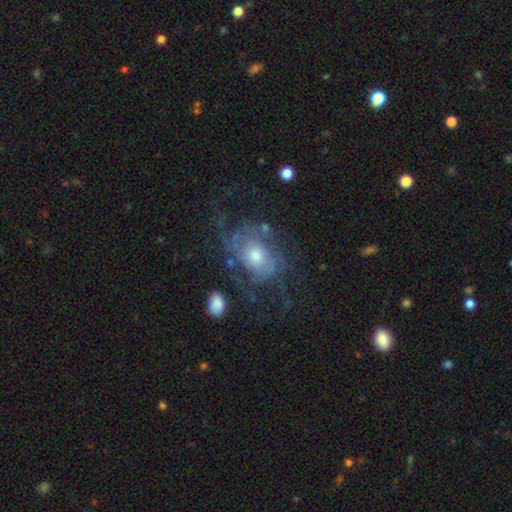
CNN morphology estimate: smooth_or_featured: featured or disk (p=0.76) [alt: smooth p=0.16]
disk_edge_on: no (p=0.96) [alt: yes p=0.04]
bar: no (p=0.79) [alt: weak p=0.17]
has_spiral_arms: yes (p=0.83) [alt: no p=0.17]
spiral_winding: tight (p=0.39) [alt: medium p=0.37]
spiral_arm_count: can't tell (p=0.43) [alt: 2 p=0.19]
bulge_size: moderate (p=0.56) [alt: small p=0.29]
merging: none (p=0.53) [alt: major disturbance p=0.26]